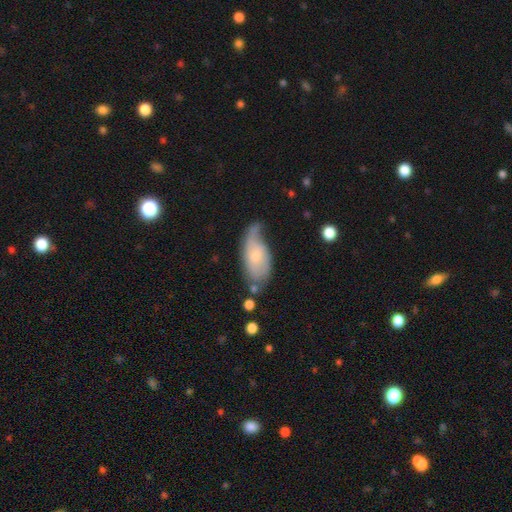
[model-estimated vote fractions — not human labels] Q: Smooth or featured?
A: featured or disk (47%); runner-up: smooth (46%)
Q: Merging?
A: none (39%); runner-up: minor disturbance (35%)